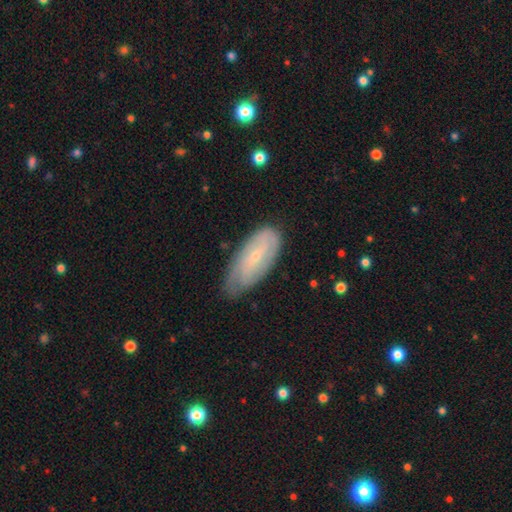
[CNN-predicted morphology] This is possibly a featured or disk galaxy (55%). It is clearly not viewed edge-on (88%). Merging: likely none (61%).